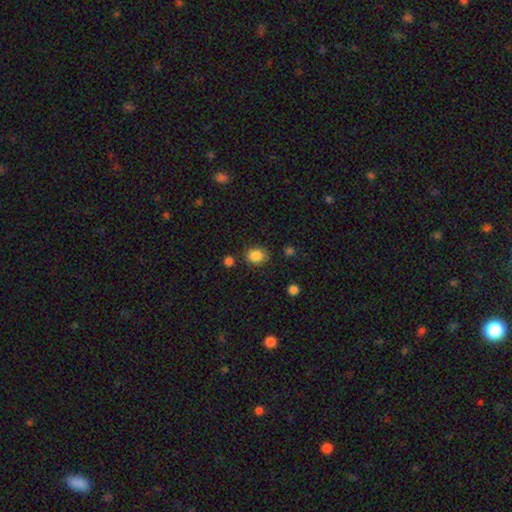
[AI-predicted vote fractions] smooth 85%, star or artifact 10%, featured or disk 5%. Down the decision tree: how rounded — round (60%); merging — none (80%).